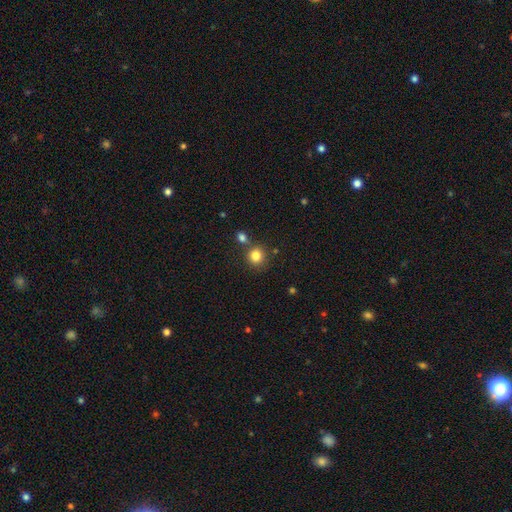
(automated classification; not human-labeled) Q: Smooth or featured?
A: smooth (82%); runner-up: star or artifact (12%)
Q: How rounded?
A: round (88%); runner-up: in between (12%)
Q: Merging?
A: none (71%); runner-up: merger (16%)